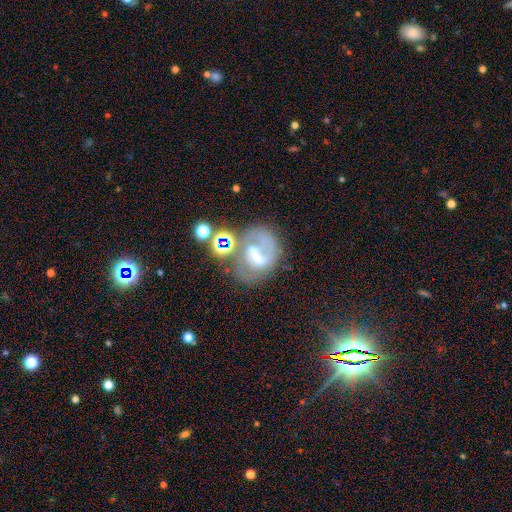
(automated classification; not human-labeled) The model was most divided on "bulge size": moderate: 34%, small: 32%, none: 25%, large: 7%, dominant: 2%. Remaining: edge-on disk — no (96%); spiral arms — yes (70%); smooth or featured — featured or disk (65%); merging — none (45%); bar — weak (43%).